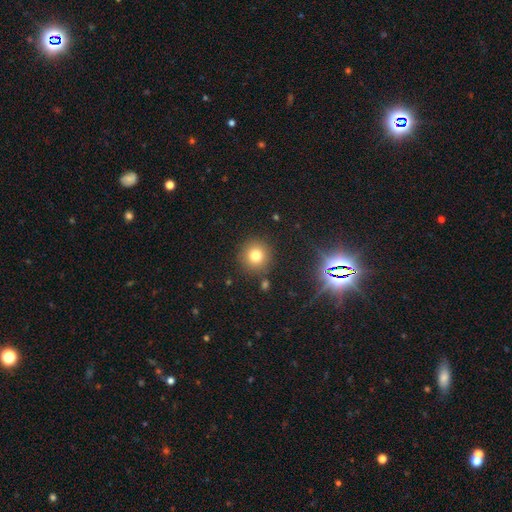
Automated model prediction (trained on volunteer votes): A smooth galaxy with no disk features (75%) that is round (94%).

Vote fractions:
- Smooth or featured? smooth: 75% / star or artifact: 16% / featured or disk: 9%
- How rounded? round: 94% / in between: 5% / cigar-shaped: 1%
- Merging? none: 87% / minor disturbance: 7% / merger: 3% / major disturbance: 3%